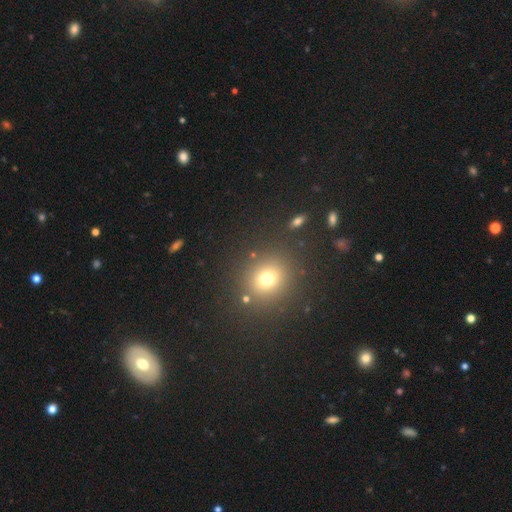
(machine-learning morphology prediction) smooth-or-featured: smooth: 59% | star or artifact: 33% | featured or disk: 9%
  how-rounded: round: 82% | in between: 16% | cigar-shaped: 1%
  merging: none: 86% | minor disturbance: 7% | merger: 4% | major disturbance: 3%